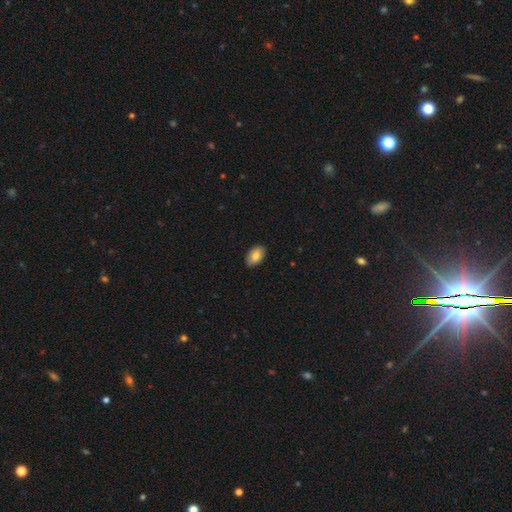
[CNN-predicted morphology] Smooth or featured? smooth (80%)
How rounded? in between (92%)
Merging? none (87%)